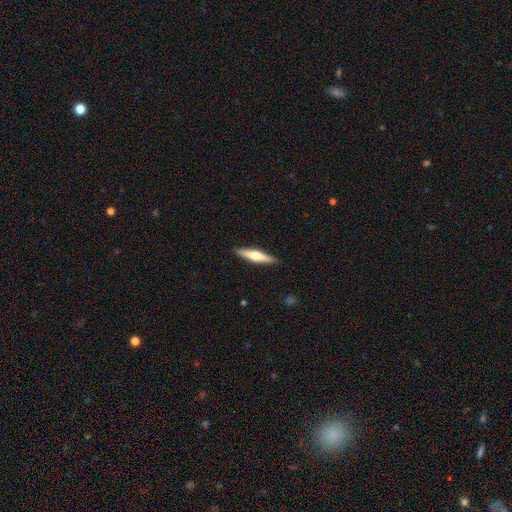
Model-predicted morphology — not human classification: Q: Smooth or featured?
A: featured or disk (50%); runner-up: smooth (45%)
Q: Merging?
A: none (90%); runner-up: minor disturbance (8%)